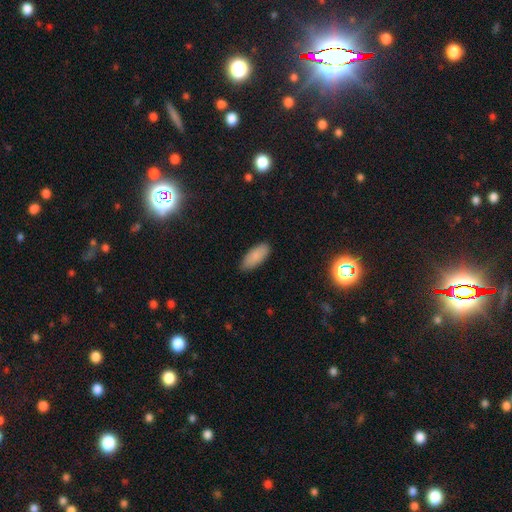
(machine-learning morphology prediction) smooth-or-featured: smooth: 87% | featured or disk: 7% | star or artifact: 6%
  how-rounded: in between: 85% | cigar-shaped: 13% | round: 2%
  merging: none: 83% | minor disturbance: 14% | major disturbance: 2% | merger: 1%